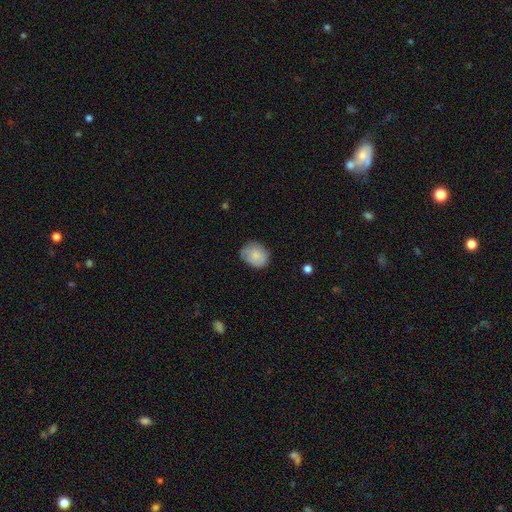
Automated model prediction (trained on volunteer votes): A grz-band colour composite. It shows a smooth galaxy with no disk features (79%) that is round (53%). Merging: none (66%).